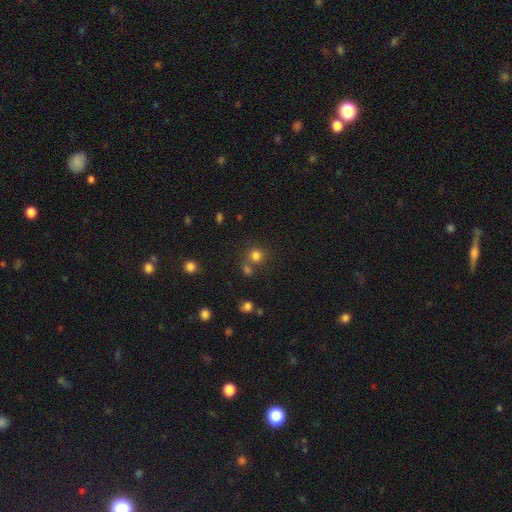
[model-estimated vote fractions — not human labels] Smooth or featured? smooth (77%)
How rounded? round (89%)
Merging? none (65%)